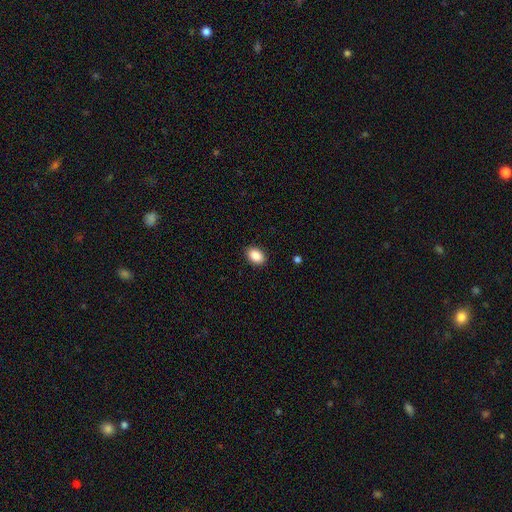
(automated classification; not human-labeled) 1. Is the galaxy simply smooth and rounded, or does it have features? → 89% smooth, 8% star or artifact, 3% featured or disk.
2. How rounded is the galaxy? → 83% in between, 15% round, 1% cigar-shaped.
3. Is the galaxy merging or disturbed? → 89% none, 8% minor disturbance, 2% major disturbance, 1% merger.